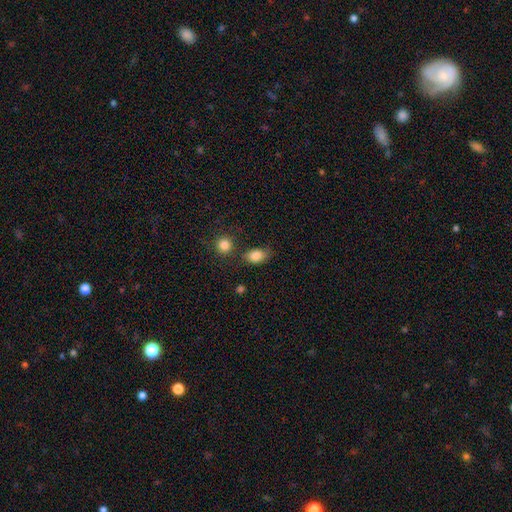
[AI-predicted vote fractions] Smooth or featured?
  - smooth: 84% *
  - star or artifact: 9%
  - featured or disk: 7%
How rounded?
  - in between: 79% *
  - round: 19%
  - cigar-shaped: 2%
Merging?
  - none: 61% *
  - minor disturbance: 24%
  - merger: 8%
  - major disturbance: 6%